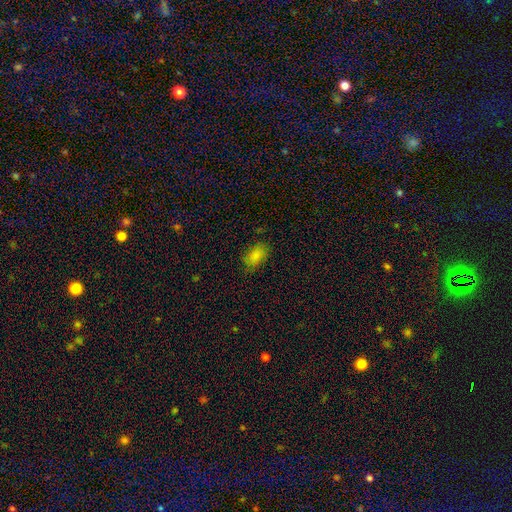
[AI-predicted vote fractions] Smooth or featured? smooth (84%)
How rounded? in between (89%)
Merging? none (76%)